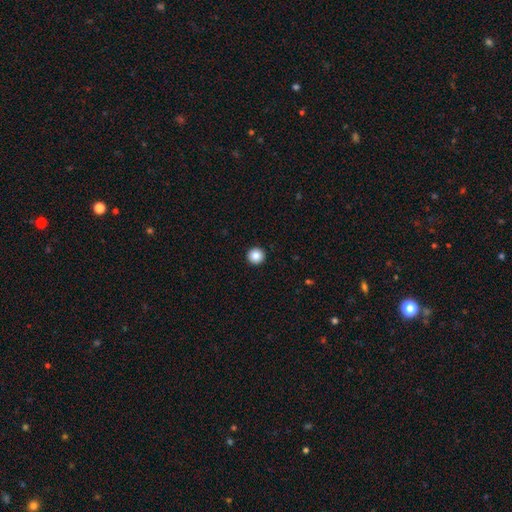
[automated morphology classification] smooth 87%, star or artifact 9%, featured or disk 4%. Down the decision tree: how rounded — round (97%); merging — none (94%).